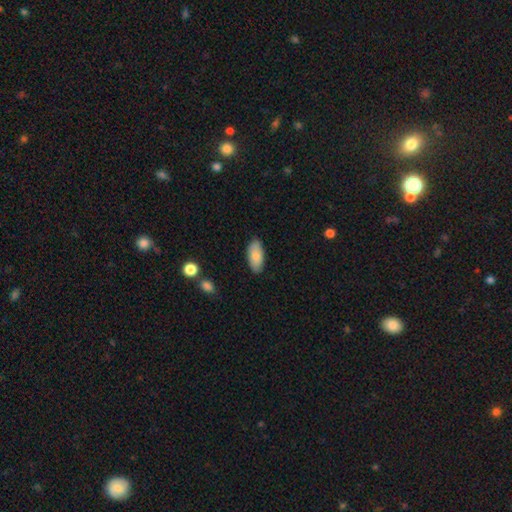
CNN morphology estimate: Smooth or featured: smooth — 83% (featured or disk — 11%)
How rounded: in between — 89% (cigar-shaped — 8%)
Merging: none — 85% (minor disturbance — 11%)